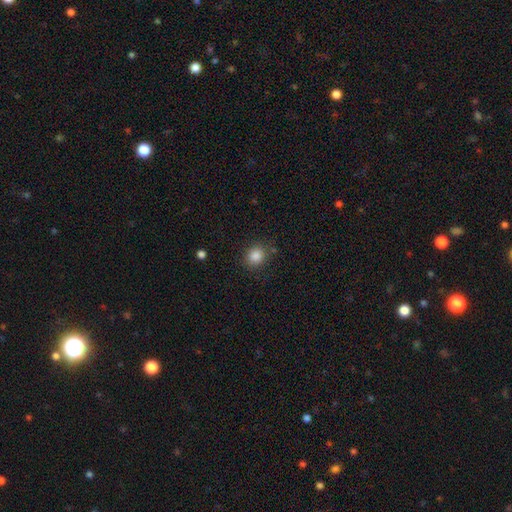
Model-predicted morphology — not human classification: smooth-or-featured: smooth: 86% | star or artifact: 10% | featured or disk: 4%
  how-rounded: round: 76% | in between: 24% | cigar-shaped: 1%
  merging: none: 83% | minor disturbance: 11% | major disturbance: 4% | merger: 2%